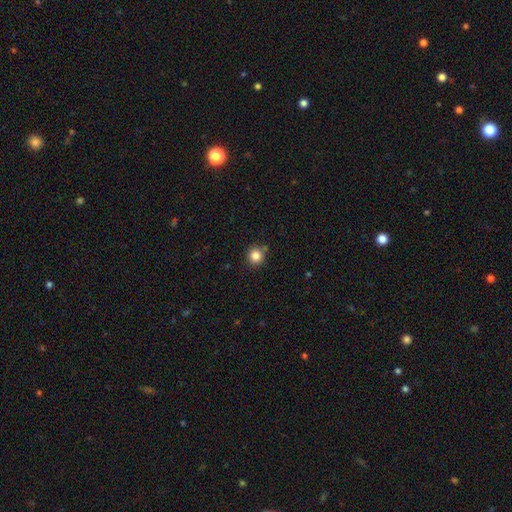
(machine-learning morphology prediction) Q: Smooth or featured?
A: smooth (84%); runner-up: star or artifact (12%)
Q: How rounded?
A: round (94%); runner-up: in between (5%)
Q: Merging?
A: none (86%); runner-up: minor disturbance (8%)